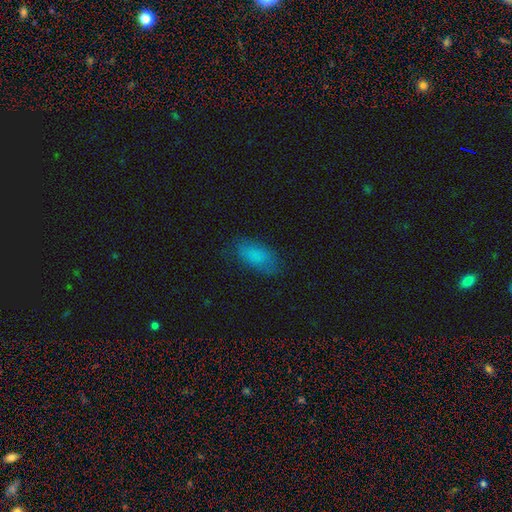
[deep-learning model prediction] smooth_or_featured: smooth (p=0.82) [alt: star or artifact p=0.09]
how_rounded: in between (p=0.90) [alt: cigar-shaped p=0.07]
merging: none (p=0.76) [alt: minor disturbance p=0.17]